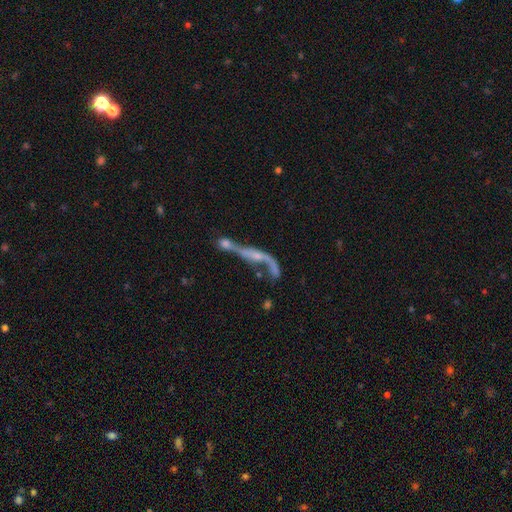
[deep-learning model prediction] Morphology: type=featured or disk (71%); edge-on=no (68%); merging=merger (53%).